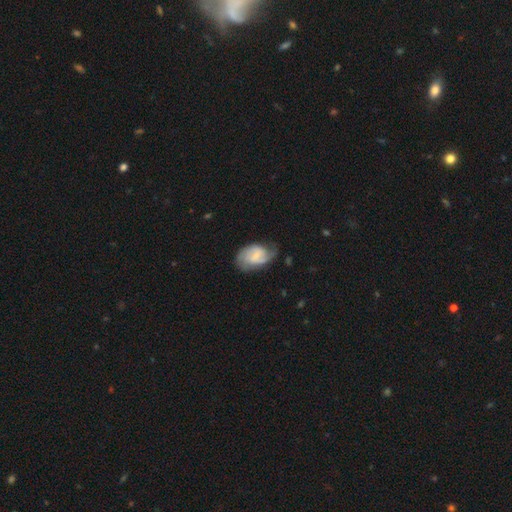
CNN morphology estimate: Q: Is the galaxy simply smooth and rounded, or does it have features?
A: featured or disk — 62%.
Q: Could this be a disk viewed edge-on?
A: no — 97%.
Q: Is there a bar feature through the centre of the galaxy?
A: weak — 54%.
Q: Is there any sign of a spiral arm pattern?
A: yes — 88%.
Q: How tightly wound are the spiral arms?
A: medium — 45%.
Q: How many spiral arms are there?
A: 2 — 67%.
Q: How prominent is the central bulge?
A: small — 50%.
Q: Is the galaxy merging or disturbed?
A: none — 54%.